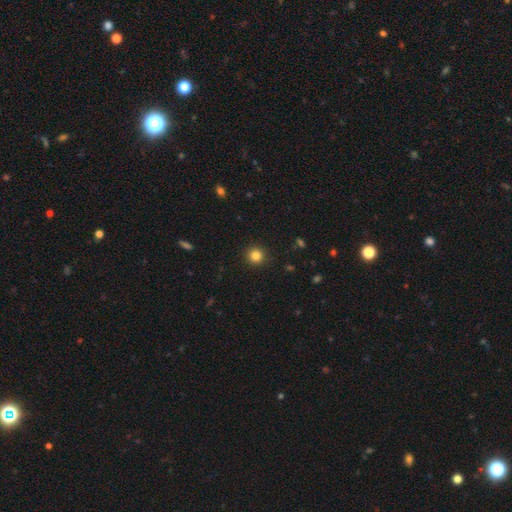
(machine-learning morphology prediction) smooth_or_featured: smooth (p=0.83) [alt: star or artifact p=0.12]
how_rounded: round (p=0.94) [alt: in between p=0.05]
merging: none (p=0.92) [alt: minor disturbance p=0.05]